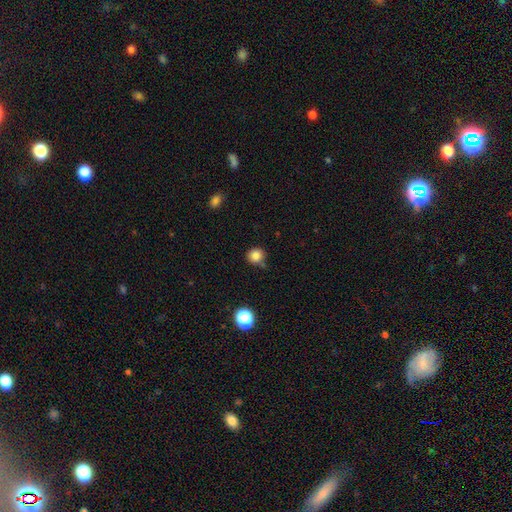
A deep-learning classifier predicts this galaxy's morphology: This appears to be a smooth galaxy with no disk features (83%) that is round (90%). Merging: none (73%).